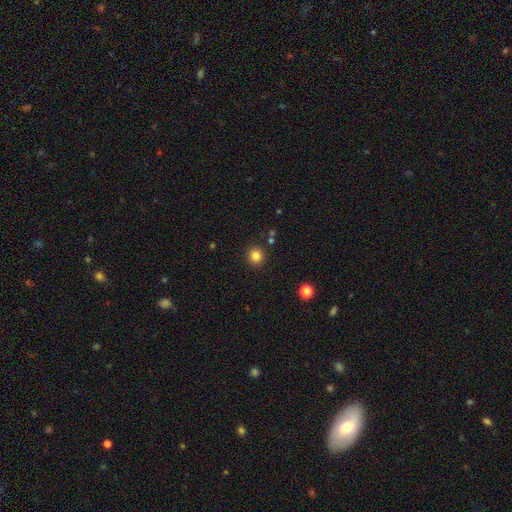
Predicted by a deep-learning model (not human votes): Morphology: type=smooth (83%); roundness=round (92%); merging=none (90%).